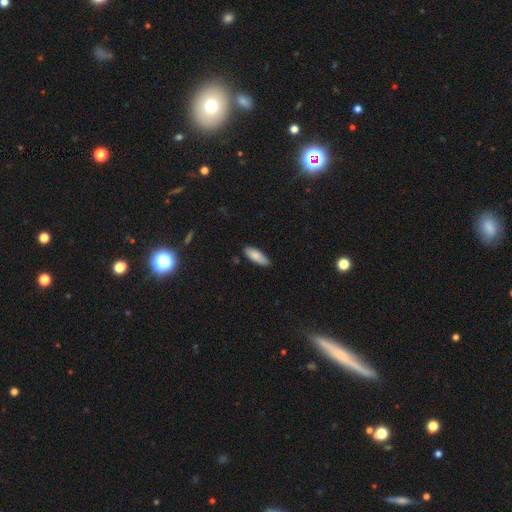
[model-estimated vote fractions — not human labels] smooth-or-featured: smooth: 84% | featured or disk: 10% | star or artifact: 6%
  how-rounded: in between: 69% | cigar-shaped: 29% | round: 2%
  merging: none: 79% | minor disturbance: 18% | major disturbance: 2% | merger: 1%